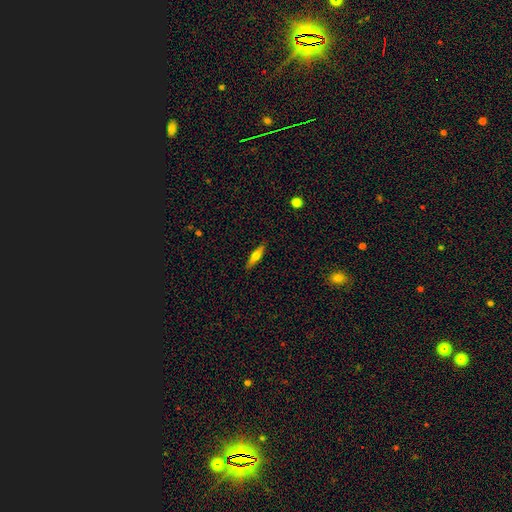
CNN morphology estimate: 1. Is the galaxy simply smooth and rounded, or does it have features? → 56% smooth, 38% featured or disk, 7% star or artifact.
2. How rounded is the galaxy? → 77% cigar-shaped, 21% in between, 2% round.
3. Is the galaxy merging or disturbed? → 88% none, 9% minor disturbance, 2% major disturbance, 1% merger.